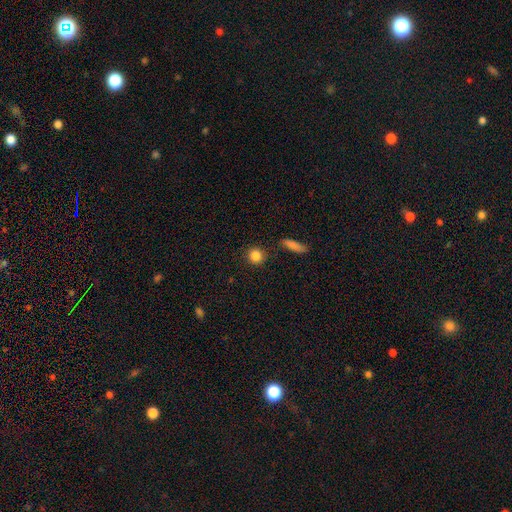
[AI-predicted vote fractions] smooth 85%, star or artifact 10%, featured or disk 5%. Down the decision tree: how rounded — round (88%); merging — none (85%).